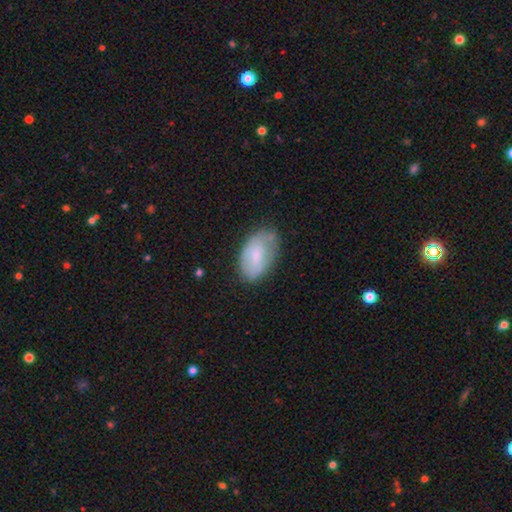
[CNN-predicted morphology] smooth_or_featured: smooth (p=0.65) [alt: featured or disk p=0.29]
how_rounded: in between (p=0.93) [alt: round p=0.05]
merging: none (p=0.63) [alt: minor disturbance p=0.27]